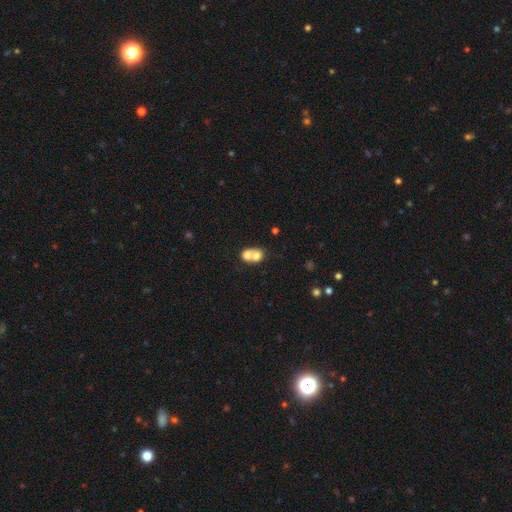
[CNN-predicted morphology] Smooth or featured: smooth — 67% (featured or disk — 24%)
How rounded: round — 52% (in between — 47%)
Merging: merger — 72% (none — 19%)